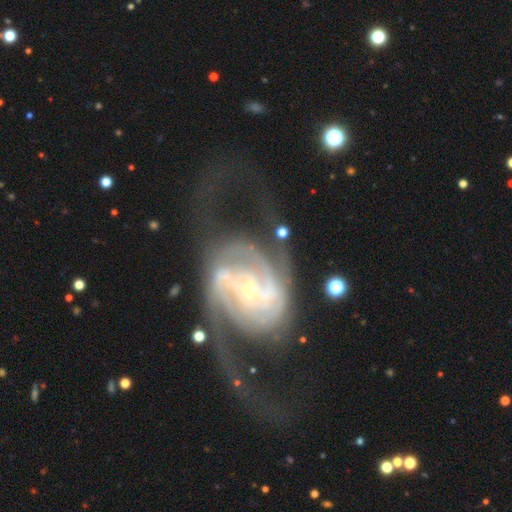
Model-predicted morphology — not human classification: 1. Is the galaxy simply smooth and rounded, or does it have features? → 90% featured or disk, 6% star or artifact, 4% smooth.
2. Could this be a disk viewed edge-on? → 97% no, 3% yes.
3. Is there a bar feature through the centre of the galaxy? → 38% no, 35% weak, 27% strong.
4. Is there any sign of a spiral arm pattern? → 96% yes, 4% no.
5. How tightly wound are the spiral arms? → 46% medium, 30% tight, 24% loose.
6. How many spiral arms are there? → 73% 2, 10% can't tell, 7% 3, 4% 4, 3% 1, 3% more than 4.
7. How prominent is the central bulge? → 71% small, 24% moderate, 3% large, 1% none, 1% dominant.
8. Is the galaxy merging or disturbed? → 52% none, 30% major disturbance, 14% minor disturbance, 4% merger.